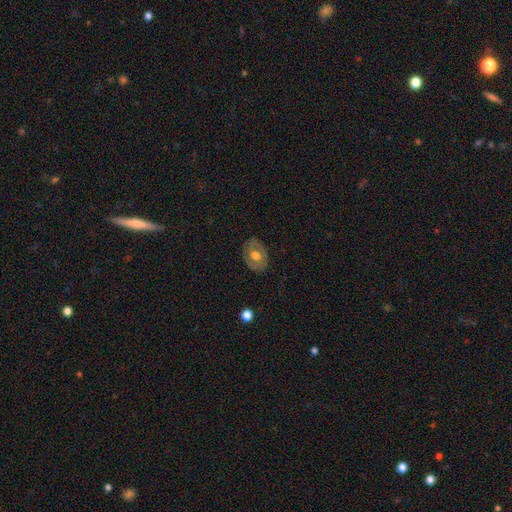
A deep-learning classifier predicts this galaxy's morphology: type=smooth (51%); roundness=in between (70%); merging=none (81%).